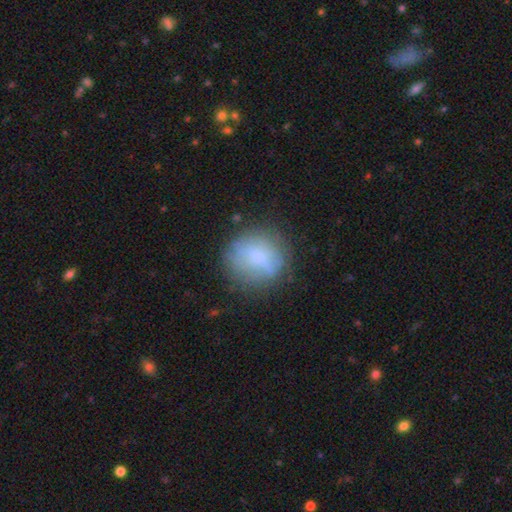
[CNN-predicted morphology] A smooth galaxy with no disk features (64%) that is round (83%). Merging: none (68%).